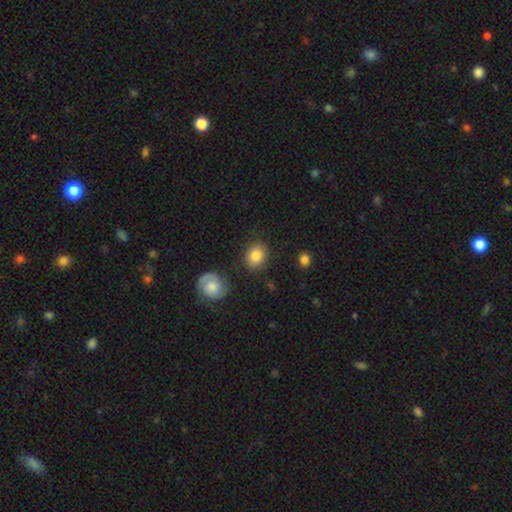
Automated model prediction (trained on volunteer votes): Overall: smooth (83%). How rounded: round (60%; in between 39%). Merging: none (82%).